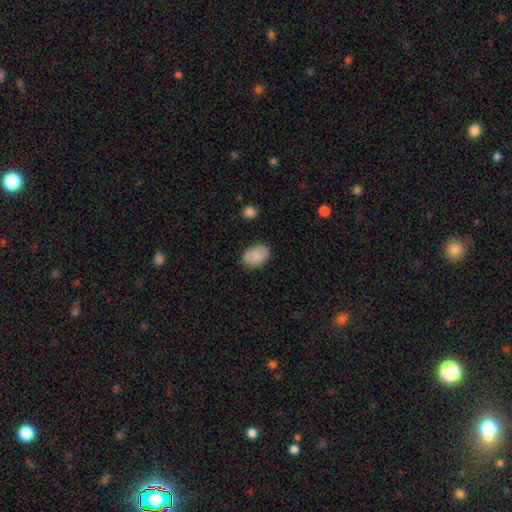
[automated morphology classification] A smooth galaxy with no disk features (84%) that is in between round and cigar-shaped (85%). Merging: none (85%).